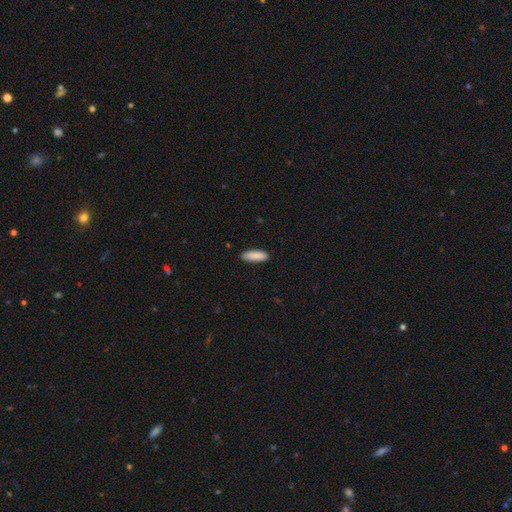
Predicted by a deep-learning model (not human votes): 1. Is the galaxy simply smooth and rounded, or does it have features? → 89% smooth, 6% star or artifact, 6% featured or disk.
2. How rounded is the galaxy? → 50% in between, 48% cigar-shaped, 2% round.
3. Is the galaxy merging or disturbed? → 88% none, 9% minor disturbance, 2% major disturbance, 1% merger.